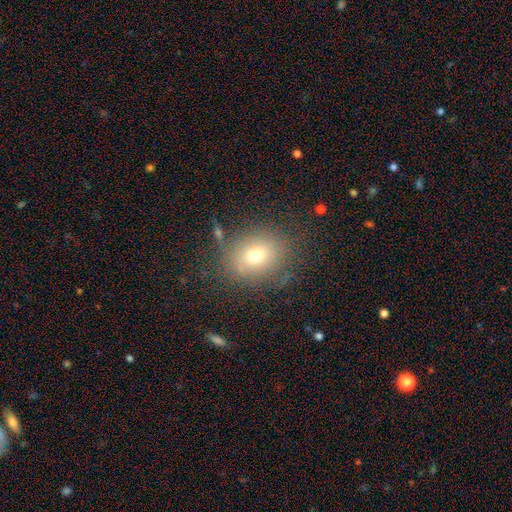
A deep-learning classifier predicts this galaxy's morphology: Smooth or featured? Predicted: smooth (p=0.69). How rounded? Predicted: round (p=0.59). Merging? Predicted: none (p=0.79).